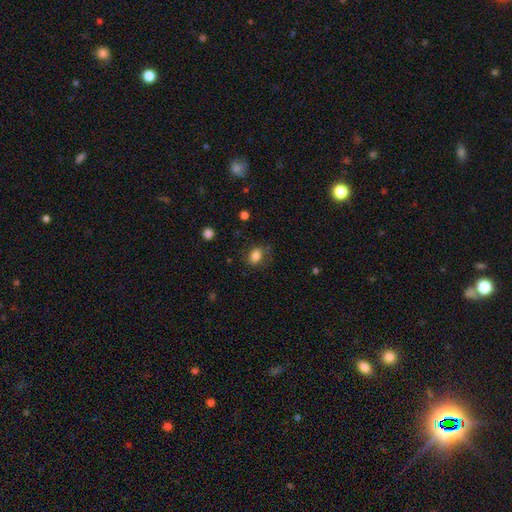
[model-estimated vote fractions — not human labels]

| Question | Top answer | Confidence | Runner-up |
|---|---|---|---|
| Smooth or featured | smooth | 82% | star or artifact (10%) |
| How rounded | in between | 73% | round (26%) |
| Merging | none | 71% | minor disturbance (20%) |